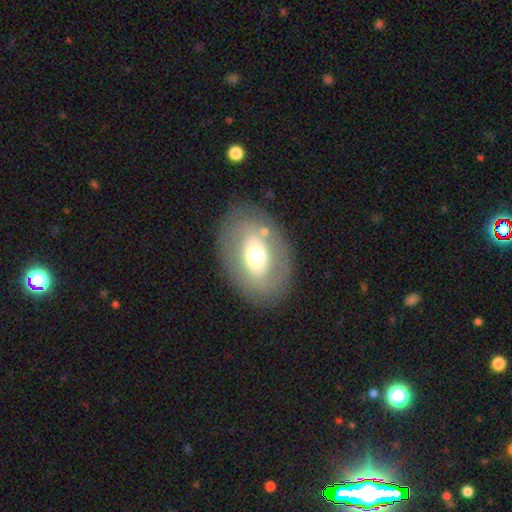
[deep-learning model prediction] A smooth galaxy with no disk features (48%).

Vote fractions:
- Smooth or featured? smooth: 48% / featured or disk: 43% / star or artifact: 9%
- Merging? none: 80% / minor disturbance: 11% / major disturbance: 6% / merger: 2%